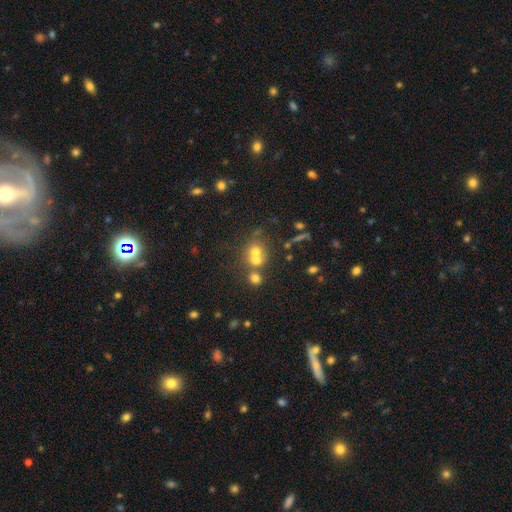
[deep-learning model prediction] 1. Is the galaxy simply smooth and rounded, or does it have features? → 62% smooth, 21% featured or disk, 17% star or artifact.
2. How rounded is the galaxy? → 75% round, 24% in between, 1% cigar-shaped.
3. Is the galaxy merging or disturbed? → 56% merger, 33% none, 7% minor disturbance, 4% major disturbance.